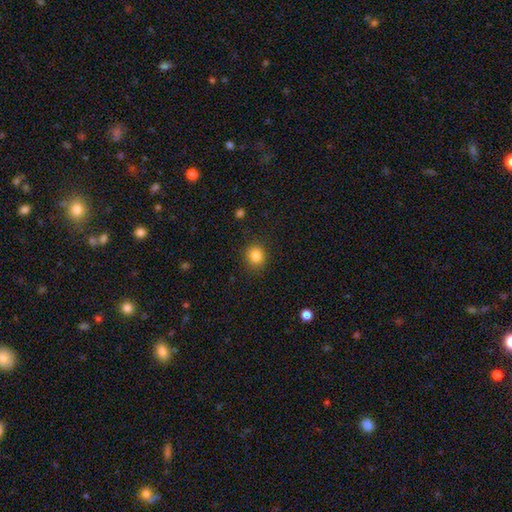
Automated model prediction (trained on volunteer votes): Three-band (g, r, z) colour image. It shows a smooth galaxy with no disk features (84%) that is round (83%). Merging: none (88%).